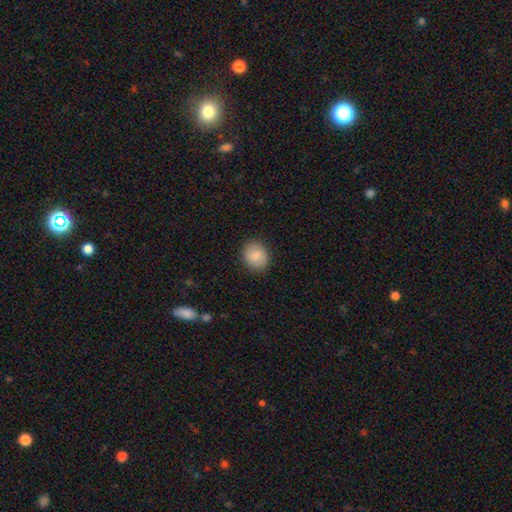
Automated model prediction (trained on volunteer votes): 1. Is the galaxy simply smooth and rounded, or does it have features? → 85% smooth, 7% featured or disk, 7% star or artifact.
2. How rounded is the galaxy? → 63% round, 37% in between, 1% cigar-shaped.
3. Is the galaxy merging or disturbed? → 87% none, 9% minor disturbance, 3% major disturbance, 1% merger.